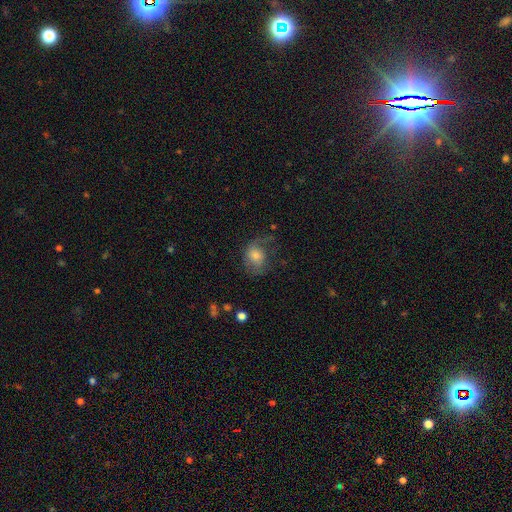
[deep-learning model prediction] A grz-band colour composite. It shows a smooth galaxy with no disk features (54%) that is round (53%). Merging: none (42%).